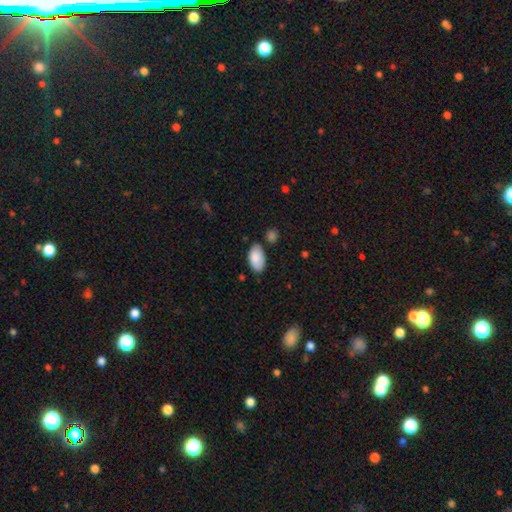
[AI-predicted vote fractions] A smooth galaxy with no disk features (87%) that is in between round and cigar-shaped (95%). Merging: none (76%).